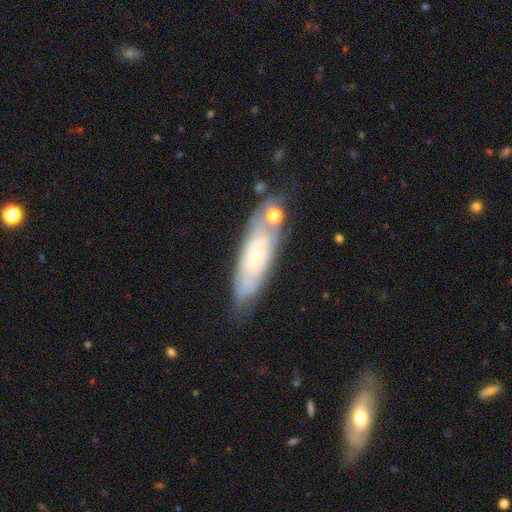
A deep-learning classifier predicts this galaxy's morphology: Smooth or featured?
  - featured or disk: 68% *
  - smooth: 25%
  - star or artifact: 7%
Edge-on disk?
  - no: 82% *
  - yes: 18%
Bar?
  - no: 82% *
  - weak: 15%
  - strong: 3%
Spiral arms?
  - yes: 74% *
  - no: 26%
Bulge size?
  - small: 78% *
  - moderate: 17%
  - none: 2%
  - large: 1%
  - dominant: 1%
Merging?
  - none: 65% *
  - minor disturbance: 20%
  - merger: 9%
  - major disturbance: 6%